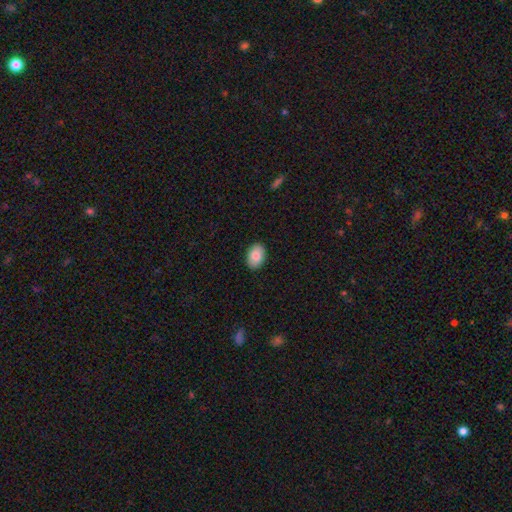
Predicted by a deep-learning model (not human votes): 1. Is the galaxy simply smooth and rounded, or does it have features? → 84% smooth, 9% featured or disk, 7% star or artifact.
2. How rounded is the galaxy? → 86% in between, 13% round, 1% cigar-shaped.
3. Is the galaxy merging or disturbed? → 90% none, 7% minor disturbance, 2% major disturbance, 1% merger.